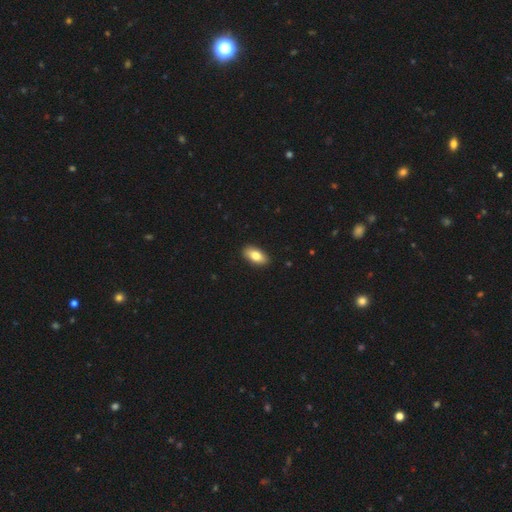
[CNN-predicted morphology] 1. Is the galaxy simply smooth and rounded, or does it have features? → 81% smooth, 12% featured or disk, 7% star or artifact.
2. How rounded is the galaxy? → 91% in between, 5% cigar-shaped, 4% round.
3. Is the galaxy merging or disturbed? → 90% none, 8% minor disturbance, 2% major disturbance, 1% merger.